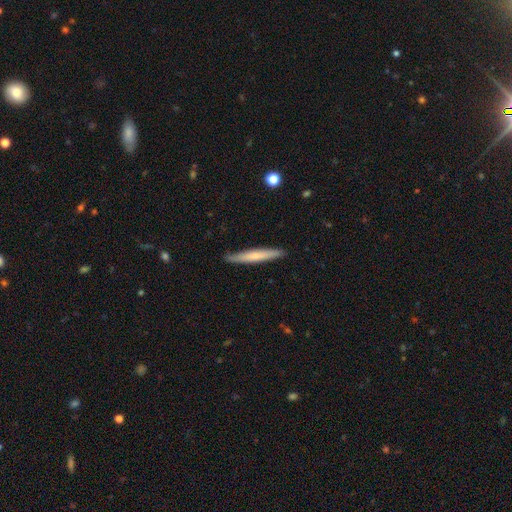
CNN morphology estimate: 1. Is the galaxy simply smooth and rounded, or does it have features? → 61% smooth, 34% featured or disk, 5% star or artifact.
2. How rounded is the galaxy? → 95% cigar-shaped, 4% in between, 1% round.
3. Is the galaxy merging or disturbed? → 87% none, 10% minor disturbance, 2% major disturbance, 1% merger.